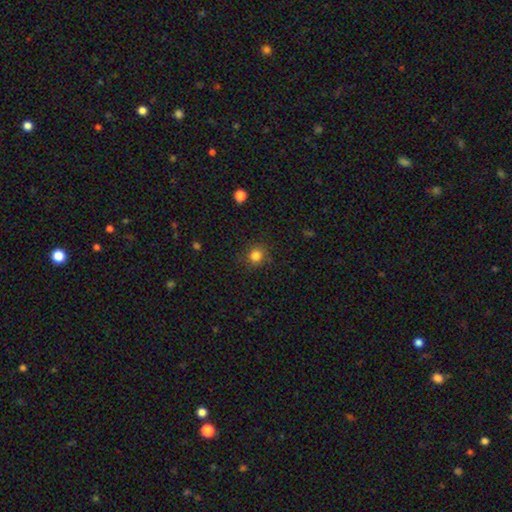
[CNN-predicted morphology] smooth 83%, star or artifact 12%, featured or disk 5%. Down the decision tree: how rounded — round (87%); merging — none (86%).